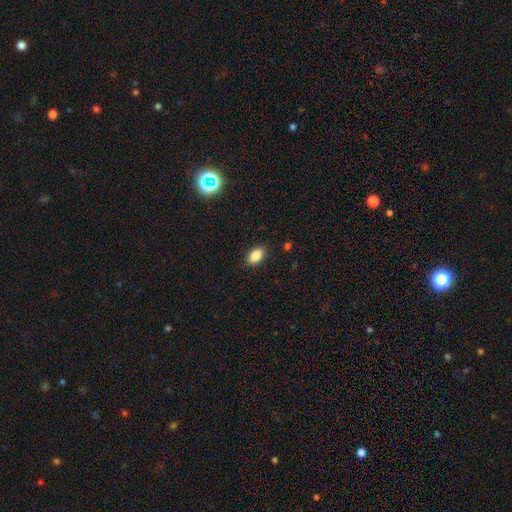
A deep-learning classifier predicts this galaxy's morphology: Smooth or featured? smooth (84%)
How rounded? in between (89%)
Merging? none (88%)